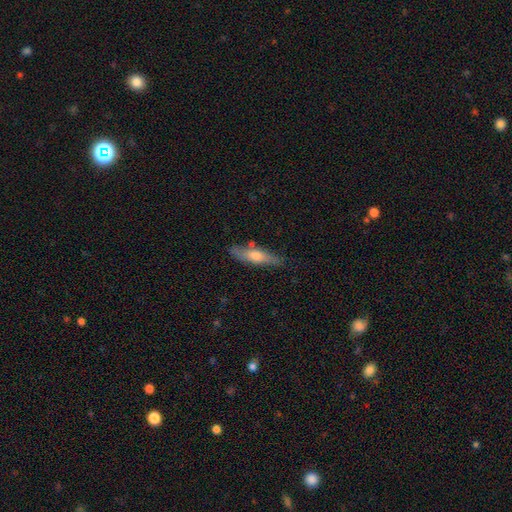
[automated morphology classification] A smooth galaxy with no disk features (53%) that is cigar-shaped (72%). Merging: none (77%).